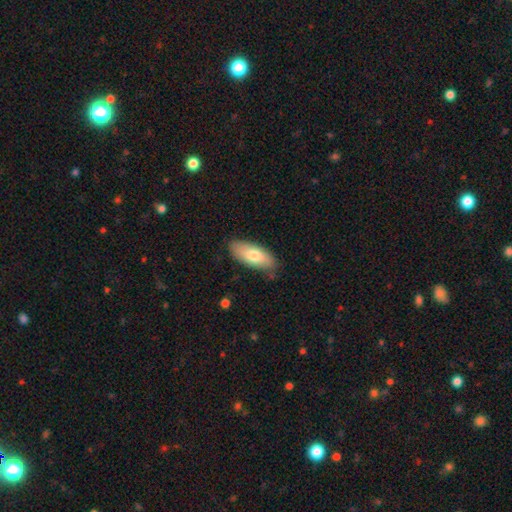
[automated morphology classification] Q: Smooth or featured?
A: smooth (74%); runner-up: featured or disk (20%)
Q: How rounded?
A: in between (83%); runner-up: cigar-shaped (15%)
Q: Merging?
A: none (80%); runner-up: minor disturbance (15%)